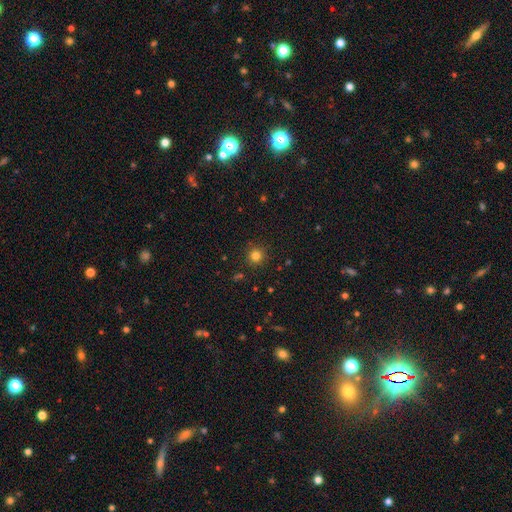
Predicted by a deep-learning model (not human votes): Overall: smooth (80%). How rounded: round (94%). Merging: none (90%).